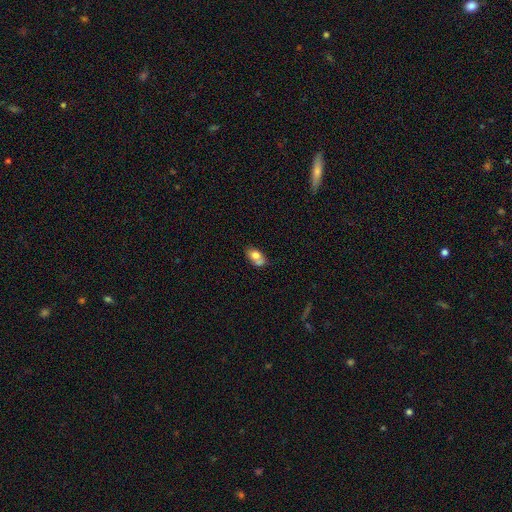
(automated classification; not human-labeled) Q: Smooth or featured?
A: smooth (71%); runner-up: featured or disk (21%)
Q: How rounded?
A: in between (80%); runner-up: round (17%)
Q: Merging?
A: none (39%); runner-up: merger (37%)